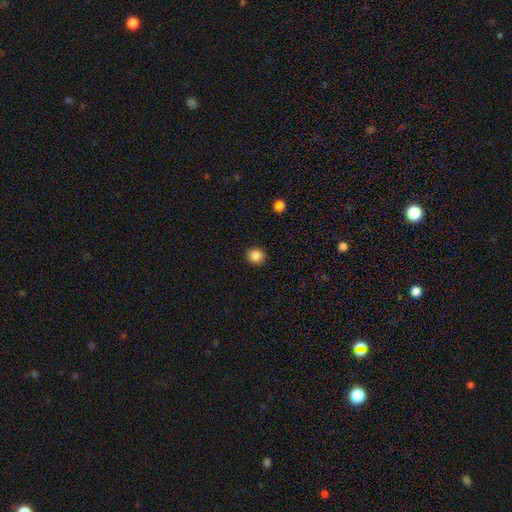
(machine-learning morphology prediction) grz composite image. It shows a smooth galaxy with no disk features (86%) that is round (84%). Merging: none (92%).